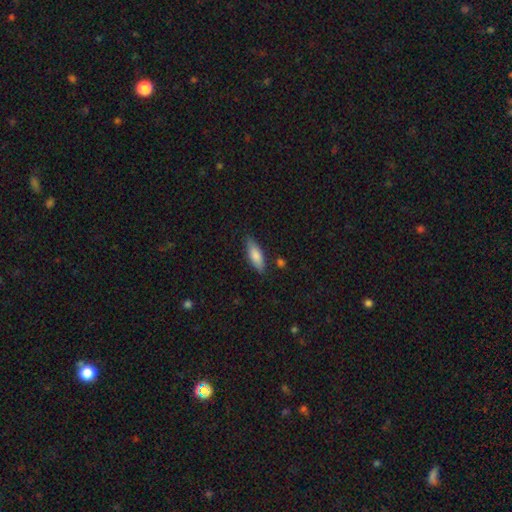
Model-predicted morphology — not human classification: smooth-or-featured: smooth: 81% | featured or disk: 13% | star or artifact: 6%
  how-rounded: in between: 64% | cigar-shaped: 34% | round: 2%
  merging: none: 80% | minor disturbance: 15% | major disturbance: 3% | merger: 2%